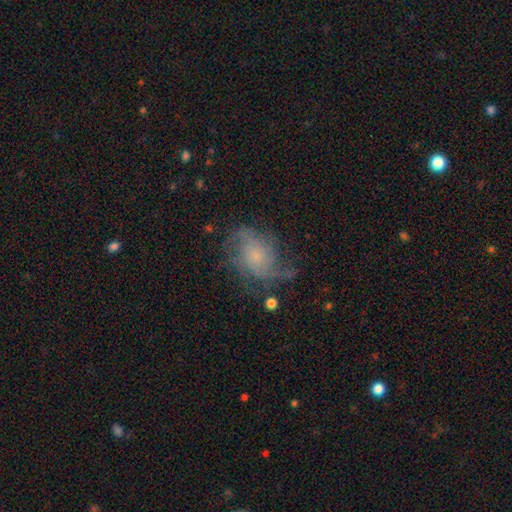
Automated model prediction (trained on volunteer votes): Smooth or featured: featured or disk — 70% (smooth — 21%)
Edge-on disk: no — 97% (yes — 3%)
Bar: no — 77% (weak — 20%)
Spiral arms: yes — 89% (no — 11%)
Spiral winding: medium — 42% (loose — 35%)
Spiral arm count: 2 — 40% (can't tell — 26%)
Bulge size: small — 58% (moderate — 21%)
Merging: none — 55% (minor disturbance — 23%)